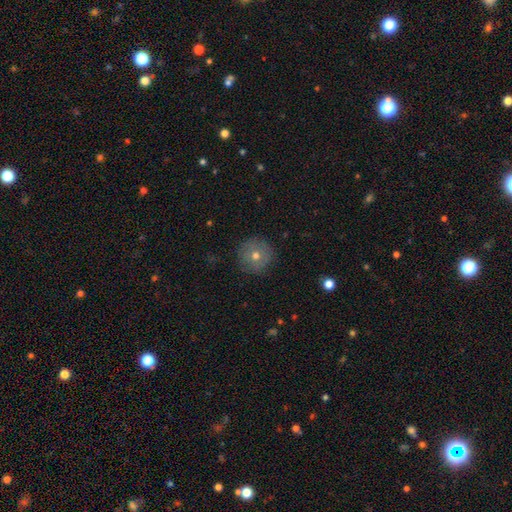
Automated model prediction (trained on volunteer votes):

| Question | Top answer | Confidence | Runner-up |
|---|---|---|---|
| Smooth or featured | smooth | 64% | featured or disk (23%) |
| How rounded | round | 96% | in between (3%) |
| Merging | none | 89% | minor disturbance (8%) |